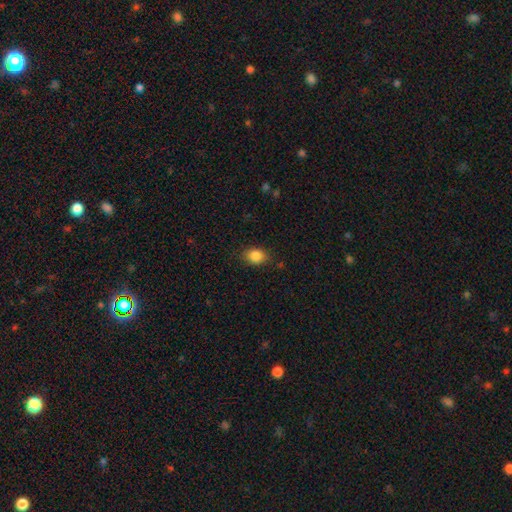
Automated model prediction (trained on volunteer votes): The model was most divided on "how rounded": in between: 62%, round: 37%, cigar-shaped: 1%. More confident: smooth or featured — smooth (85%); merging — none (83%).